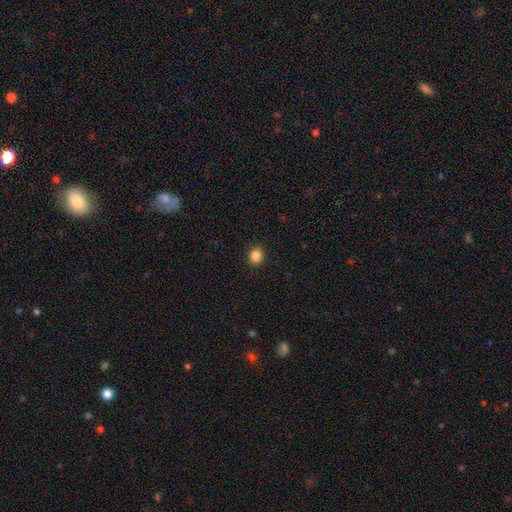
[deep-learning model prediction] smooth 86%, star or artifact 10%, featured or disk 3%. Down the decision tree: how rounded — round (58%); merging — none (90%).